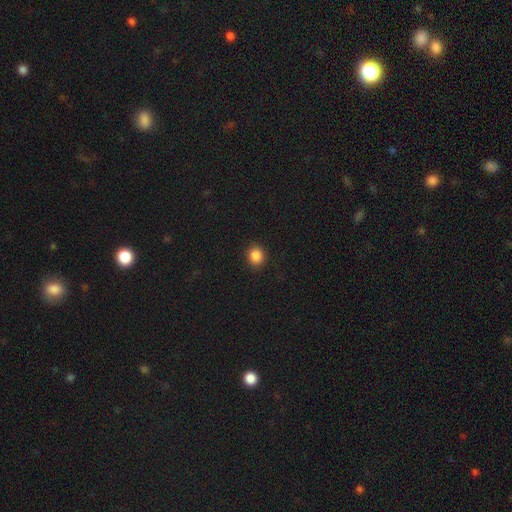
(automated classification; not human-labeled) Smooth or featured? smooth (87%)
How rounded? round (77%)
Merging? none (90%)